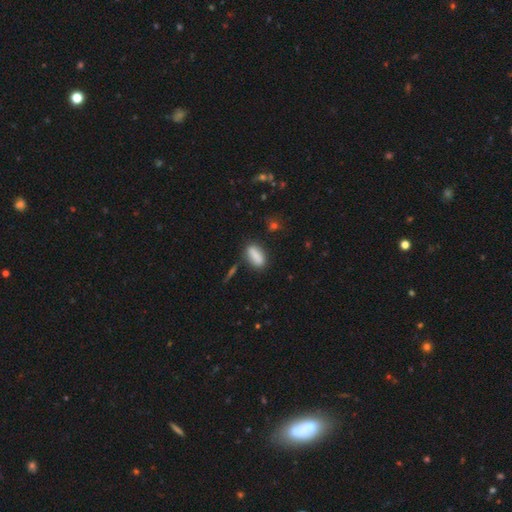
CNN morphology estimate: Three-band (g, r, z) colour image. It shows a smooth galaxy with no disk features (83%) that is in between round and cigar-shaped (70%). Merging: none (77%).